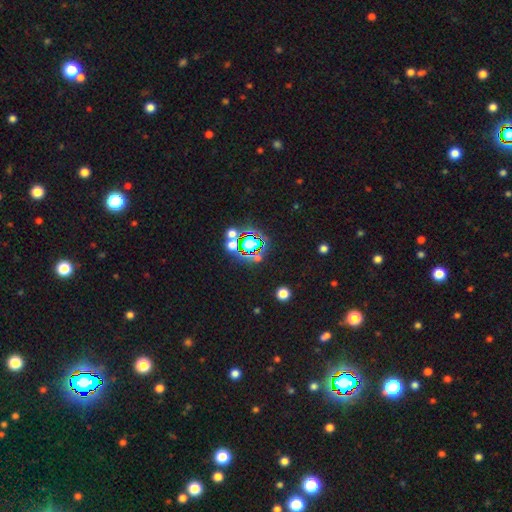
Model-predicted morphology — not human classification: smooth-or-featured: star or artifact: 74% | smooth: 17% | featured or disk: 9%